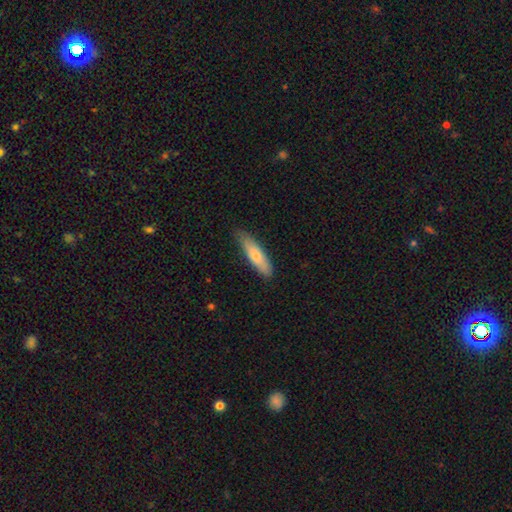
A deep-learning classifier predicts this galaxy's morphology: Overall: smooth (69%). How rounded: cigar-shaped (68%; in between 30%). Merging: none (81%).